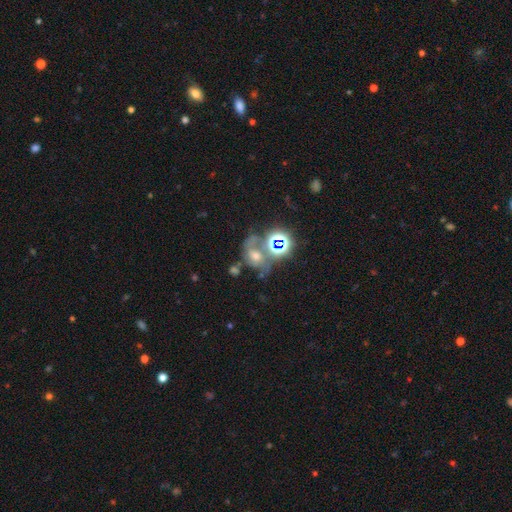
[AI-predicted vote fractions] star or artifact 39%, featured or disk 36%, smooth 25%.